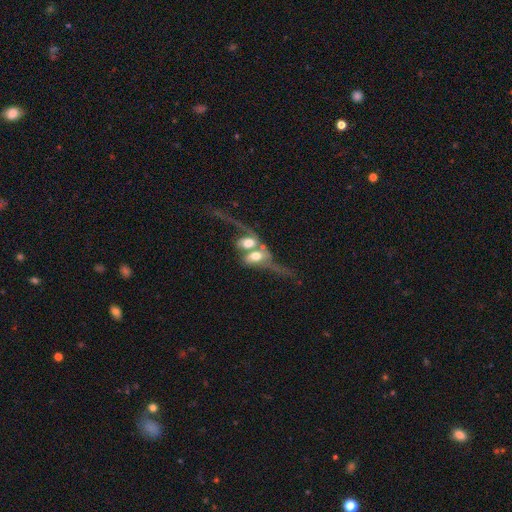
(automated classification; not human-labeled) Q: Smooth or featured?
A: featured or disk (52%); runner-up: smooth (38%)
Q: Edge-on disk?
A: no (76%); runner-up: yes (24%)
Q: Merging?
A: merger (74%); runner-up: major disturbance (12%)